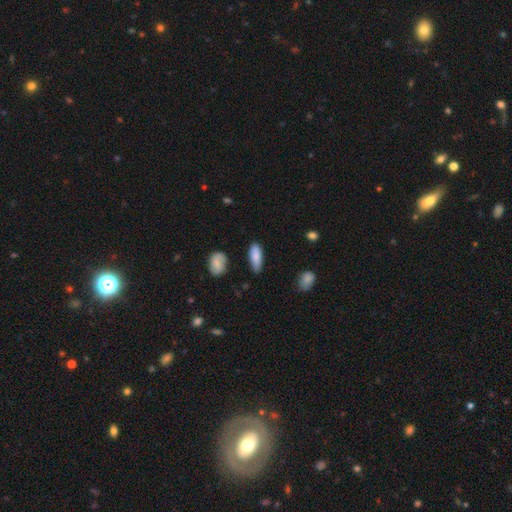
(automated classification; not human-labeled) Morphology: type=smooth (83%); roundness=in between (68%); merging=none (71%).